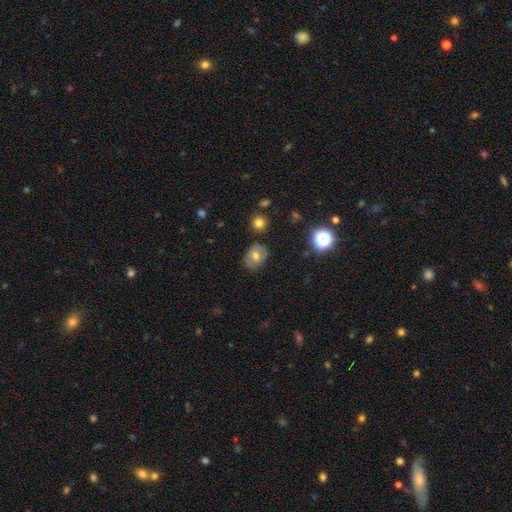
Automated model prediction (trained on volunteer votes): The model was most divided on "how rounded": in between: 57%, round: 42%, cigar-shaped: 1%. More confident: merging — none (73%); smooth or featured — smooth (57%).